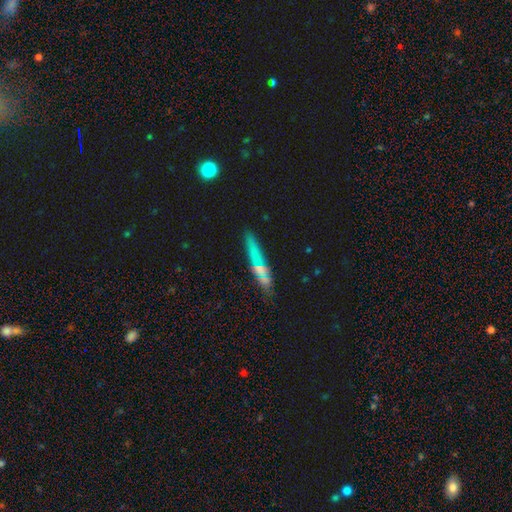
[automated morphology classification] This is possibly a smooth galaxy (46%). Merging: likely none (71%).